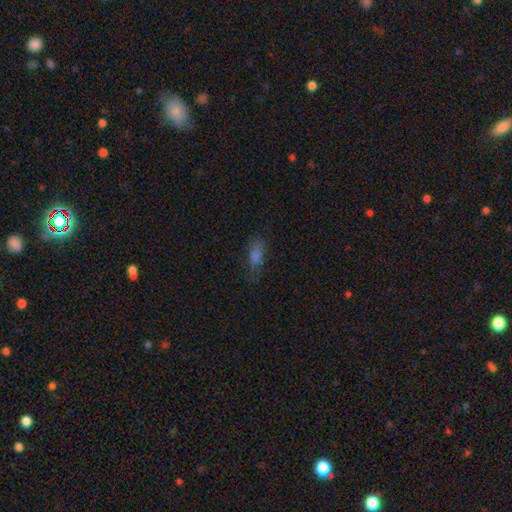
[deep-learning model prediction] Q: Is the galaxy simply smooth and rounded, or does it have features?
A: smooth — 65%.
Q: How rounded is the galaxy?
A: in between — 59%.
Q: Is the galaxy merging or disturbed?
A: none — 68%.